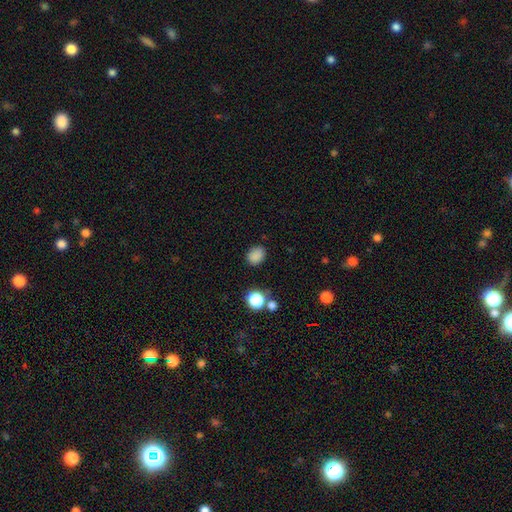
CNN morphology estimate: smooth-or-featured: smooth: 84% | star or artifact: 13% | featured or disk: 4%
  how-rounded: in between: 50% | round: 49% | cigar-shaped: 1%
  merging: none: 82% | minor disturbance: 12% | major disturbance: 3% | merger: 3%